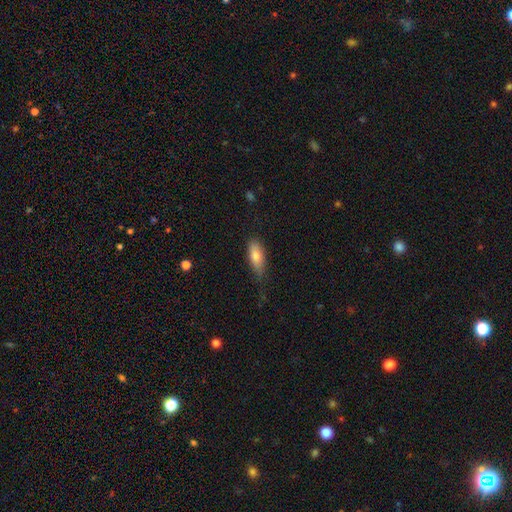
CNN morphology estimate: Overall: smooth (78%). How rounded: in between (73%). Merging: none (60%; minor disturbance 31%).